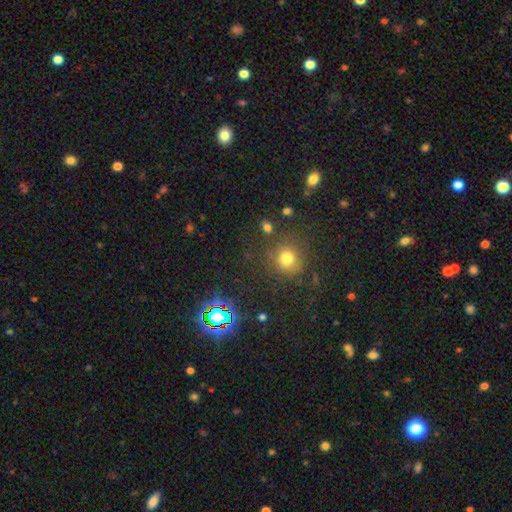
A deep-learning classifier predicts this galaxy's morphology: Q: Smooth or featured?
A: smooth (50%); runner-up: star or artifact (43%)
Q: How rounded?
A: round (93%); runner-up: in between (6%)
Q: Merging?
A: none (85%); runner-up: minor disturbance (8%)